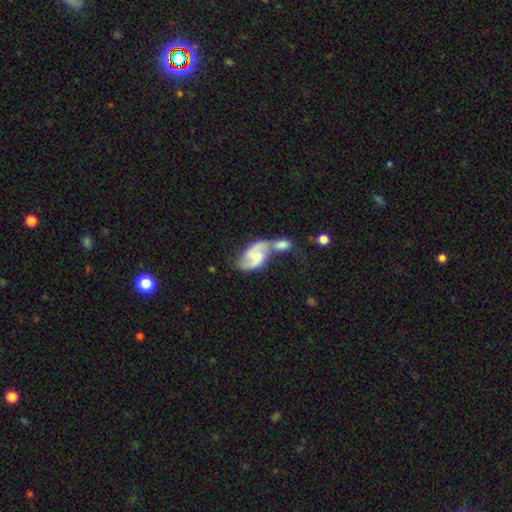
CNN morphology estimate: Smooth or featured? Predicted: featured or disk (p=0.74). Edge-on disk? Predicted: no (p=0.97). Bar? Predicted: weak (p=0.47). Spiral arms? Predicted: yes (p=0.91). Spiral winding? Predicted: loose (p=0.50). Spiral arm count? Predicted: 2 (p=0.89). Bulge size? Predicted: none (p=0.36). Merging? Predicted: merger (p=0.62).